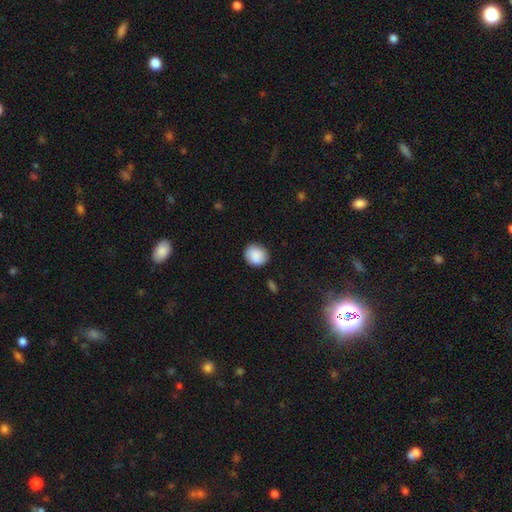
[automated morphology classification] smooth 89%, star or artifact 7%, featured or disk 4%. Down the decision tree: how rounded — round (79%); merging — none (85%).